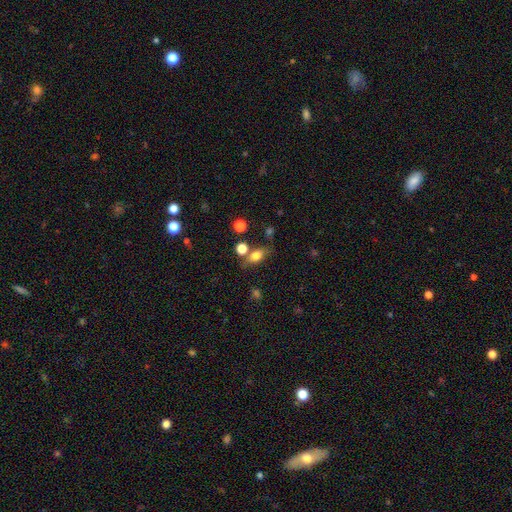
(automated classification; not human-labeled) Overall: smooth (73%). How rounded: in between (75%). Merging: none (64%).